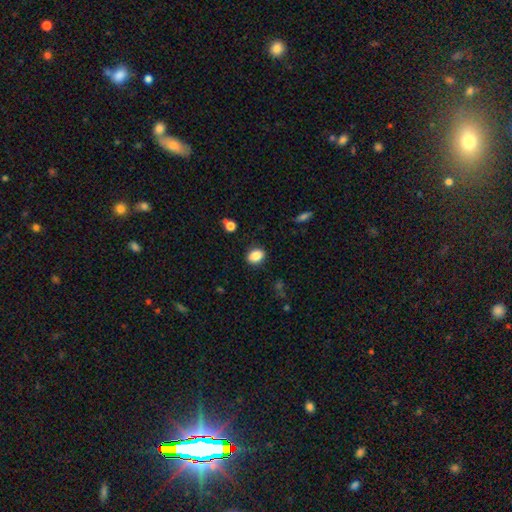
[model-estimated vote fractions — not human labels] A smooth galaxy with no disk features (87%) that is in between round and cigar-shaped (65%).

Vote fractions:
- Smooth or featured? smooth: 87% / star or artifact: 9% / featured or disk: 4%
- How rounded? in between: 65% / round: 34% / cigar-shaped: 1%
- Merging? none: 89% / minor disturbance: 8% / major disturbance: 2% / merger: 1%